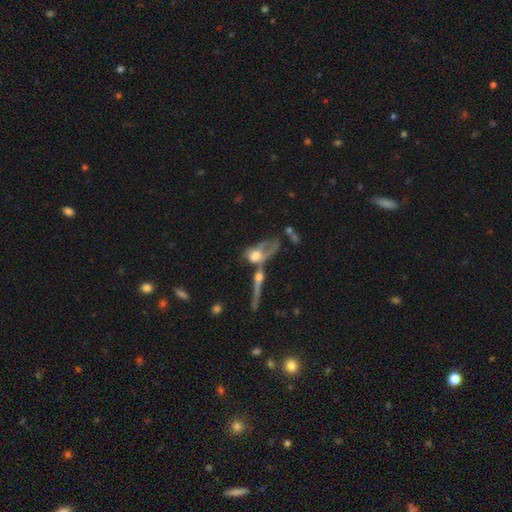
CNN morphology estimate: type=featured or disk (48%); merging=merger (55%).